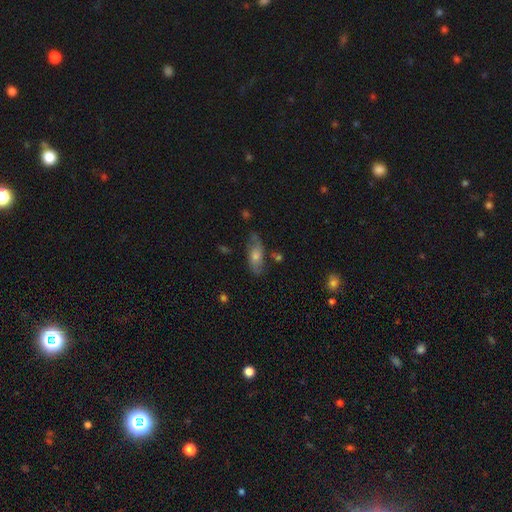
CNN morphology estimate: This appears to be a featured or disk galaxy (49%). Merging: none (71%).